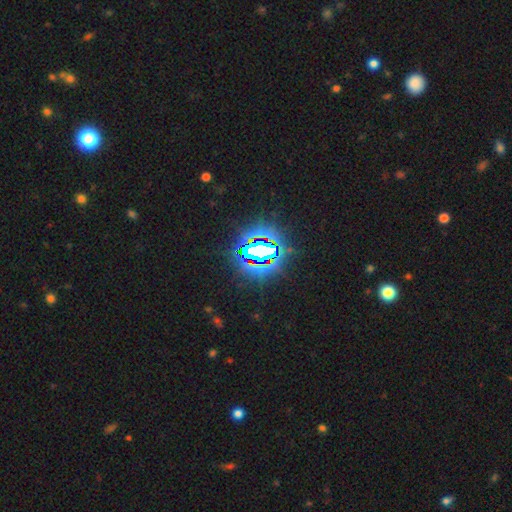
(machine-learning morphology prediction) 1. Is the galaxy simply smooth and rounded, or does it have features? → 78% star or artifact, 11% smooth, 11% featured or disk.